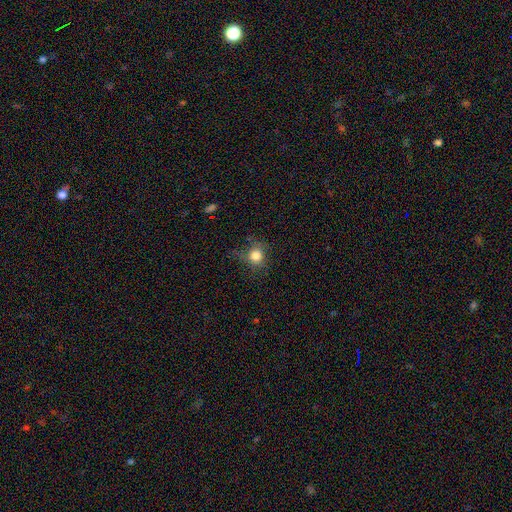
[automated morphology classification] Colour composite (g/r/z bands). It shows a smooth galaxy with no disk features (79%) that is round (83%). Merging: none (67%).